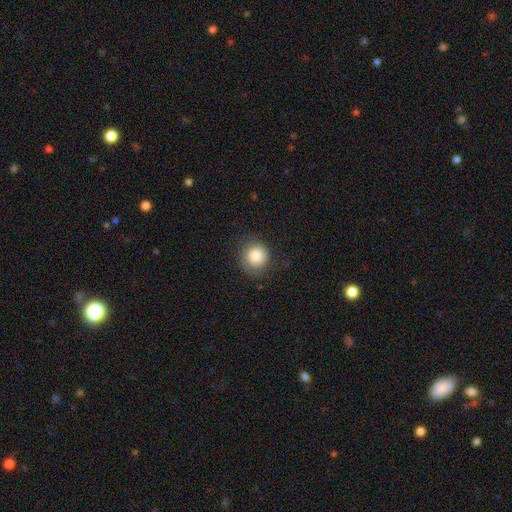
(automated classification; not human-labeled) Smooth or featured? Predicted: smooth (p=0.81). How rounded? Predicted: round (p=0.88). Merging? Predicted: none (p=0.77).